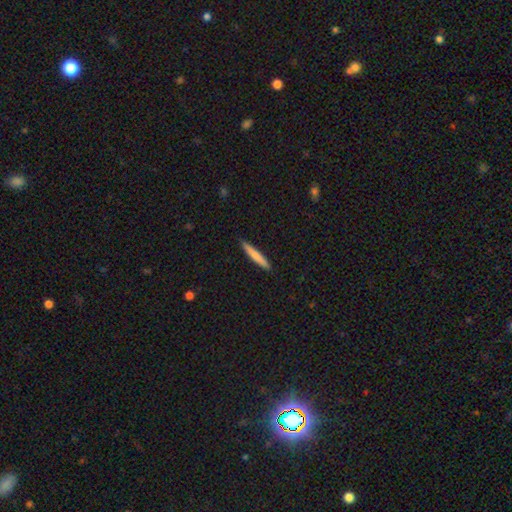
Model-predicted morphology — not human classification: The model was most divided on "smooth or featured": smooth: 75%, featured or disk: 19%, star or artifact: 6%. More confident: how rounded — cigar-shaped (95%); merging — none (91%).